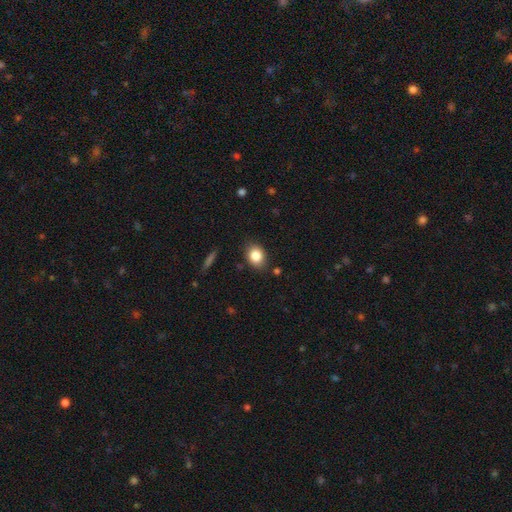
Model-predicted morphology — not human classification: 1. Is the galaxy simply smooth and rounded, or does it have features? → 84% smooth, 9% star or artifact, 7% featured or disk.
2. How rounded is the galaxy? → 59% in between, 40% round, 1% cigar-shaped.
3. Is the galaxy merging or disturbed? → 84% none, 12% minor disturbance, 3% major disturbance, 2% merger.